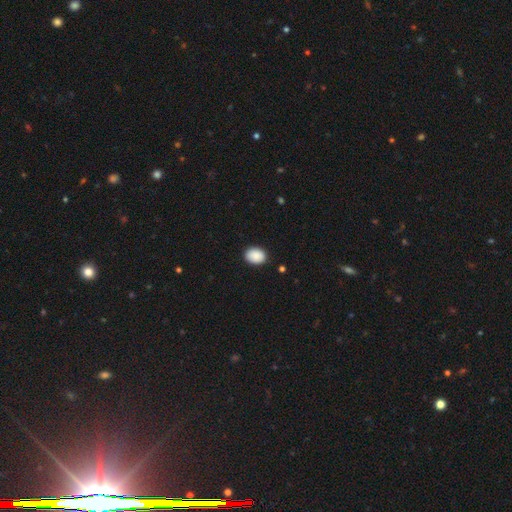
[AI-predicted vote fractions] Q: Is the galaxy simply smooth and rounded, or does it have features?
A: smooth — 90%.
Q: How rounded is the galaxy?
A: in between — 69%.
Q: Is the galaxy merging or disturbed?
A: none — 88%.